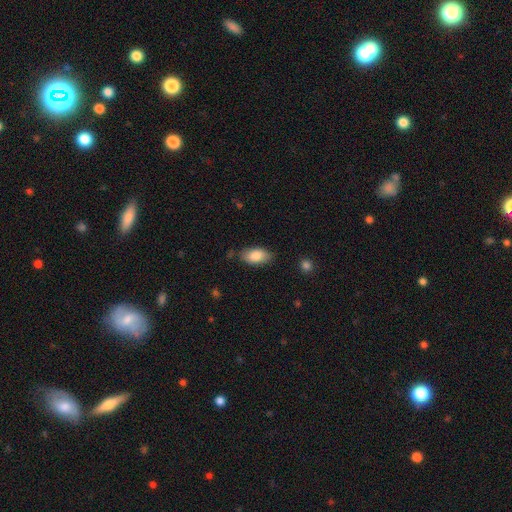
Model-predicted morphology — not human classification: Q: Smooth or featured?
A: smooth (84%); runner-up: featured or disk (9%)
Q: How rounded?
A: in between (93%); runner-up: round (4%)
Q: Merging?
A: none (79%); runner-up: minor disturbance (16%)